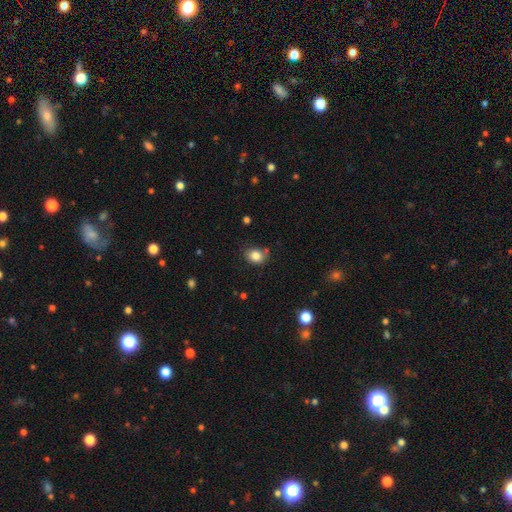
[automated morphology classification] Overall: smooth (83%). How rounded: round (50%; in between 49%). Merging: none (70%).